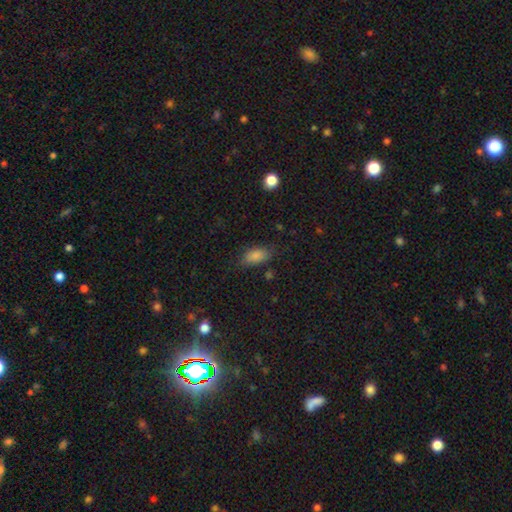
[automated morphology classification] Smooth or featured?
  - smooth: 85% *
  - star or artifact: 9%
  - featured or disk: 6%
How rounded?
  - in between: 91% *
  - round: 5%
  - cigar-shaped: 4%
Merging?
  - none: 75% *
  - minor disturbance: 18%
  - major disturbance: 5%
  - merger: 2%